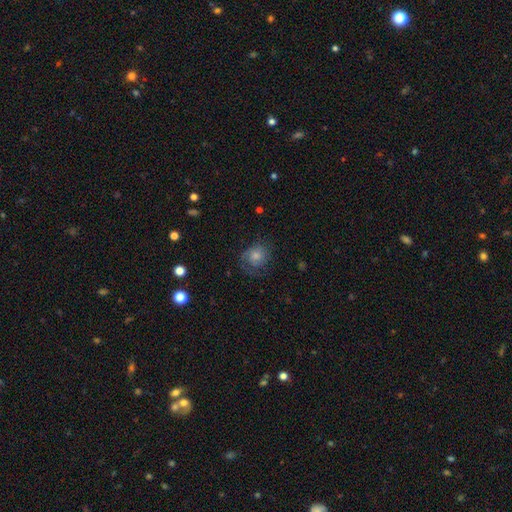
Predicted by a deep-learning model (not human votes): smooth_or_featured: featured or disk (p=0.46) [alt: smooth p=0.39]
merging: none (p=0.68) [alt: minor disturbance p=0.19]